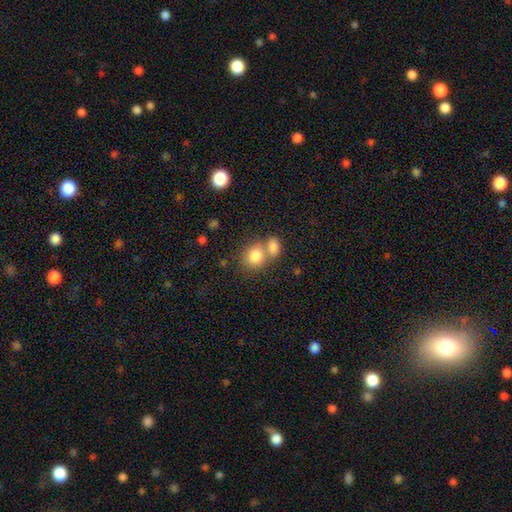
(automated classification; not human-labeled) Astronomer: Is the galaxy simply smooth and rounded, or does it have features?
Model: smooth — 82%.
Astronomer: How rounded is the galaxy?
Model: round — 63%.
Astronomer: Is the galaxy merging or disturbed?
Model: merger — 52% (runner-up: none, 36%).